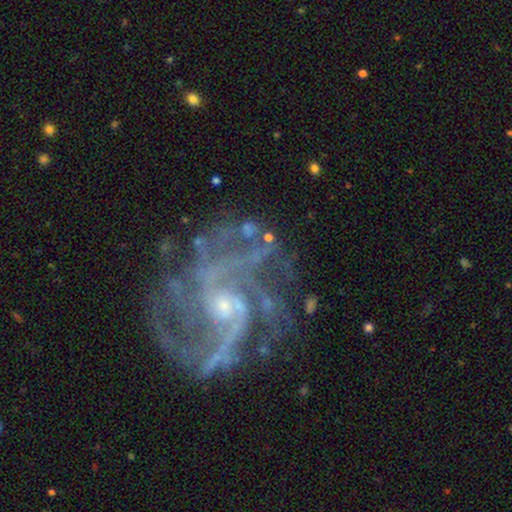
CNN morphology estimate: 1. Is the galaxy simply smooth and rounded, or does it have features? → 90% featured or disk, 7% star or artifact, 3% smooth.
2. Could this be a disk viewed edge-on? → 98% no, 2% yes.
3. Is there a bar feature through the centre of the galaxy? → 62% no, 30% weak, 7% strong.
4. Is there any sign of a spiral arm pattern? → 98% yes, 2% no.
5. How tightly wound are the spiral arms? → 52% medium, 30% tight, 18% loose.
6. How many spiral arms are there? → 27% 2, 23% 3, 16% can't tell, 14% 4, 10% more than 4, 9% 1.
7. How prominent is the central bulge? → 72% small, 21% moderate, 5% none, 1% large, 1% dominant.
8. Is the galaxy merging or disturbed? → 64% none, 17% minor disturbance, 16% major disturbance, 2% merger.